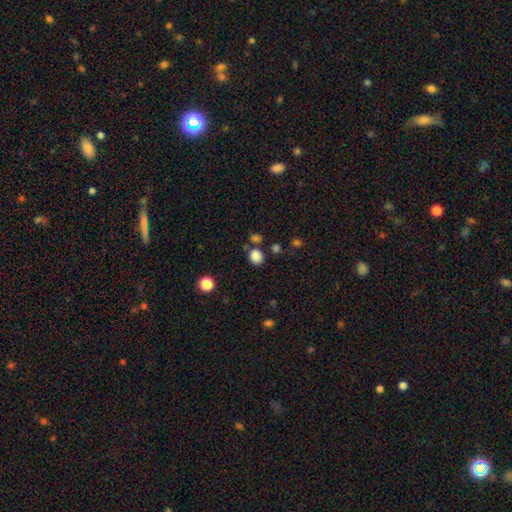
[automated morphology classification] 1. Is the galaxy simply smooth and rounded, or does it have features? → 84% smooth, 12% star or artifact, 4% featured or disk.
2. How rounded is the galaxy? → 73% round, 26% in between, 1% cigar-shaped.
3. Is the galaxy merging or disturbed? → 76% none, 11% merger, 10% minor disturbance, 4% major disturbance.